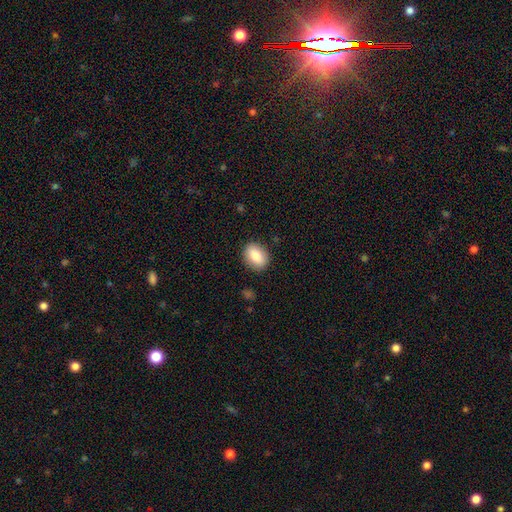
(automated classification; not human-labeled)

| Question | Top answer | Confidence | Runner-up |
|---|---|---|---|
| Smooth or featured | smooth | 86% | star or artifact (7%) |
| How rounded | in between | 79% | round (19%) |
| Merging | none | 87% | minor disturbance (10%) |